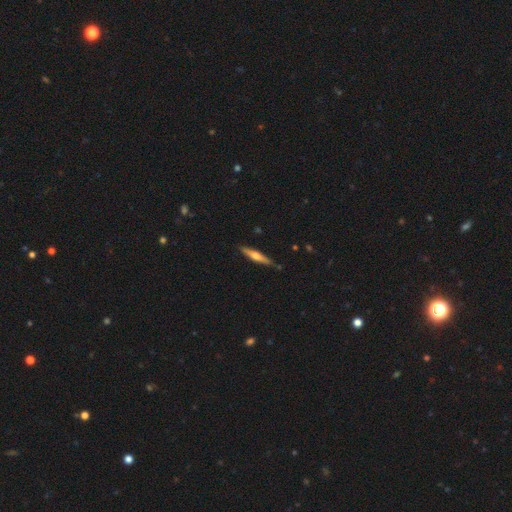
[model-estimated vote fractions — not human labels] featured or disk 59%, smooth 36%, star or artifact 6%. Down the decision tree: edge-on disk — yes (96%); edge-on bulge — rounded (89%); merging — none (87%).